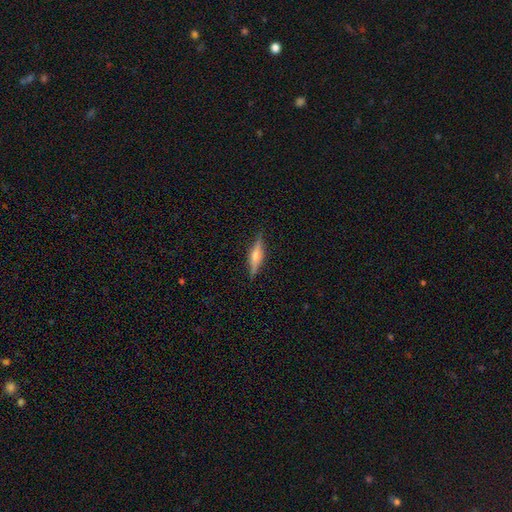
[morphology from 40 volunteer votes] A featured or disk galaxy (78%) viewed edge-on (100%) with a rounded central bulge (87%).

Vote fractions:
- Smooth or featured? featured or disk: 78% / smooth: 12% / star or artifact: 10%
- Edge-on disk? yes: 100% / no: 0%
- Edge-on bulge? rounded: 87% / boxy: 10% / none: 3%
- Merging? none: 92% / minor disturbance: 3% / major disturbance: 3% / merger: 3%